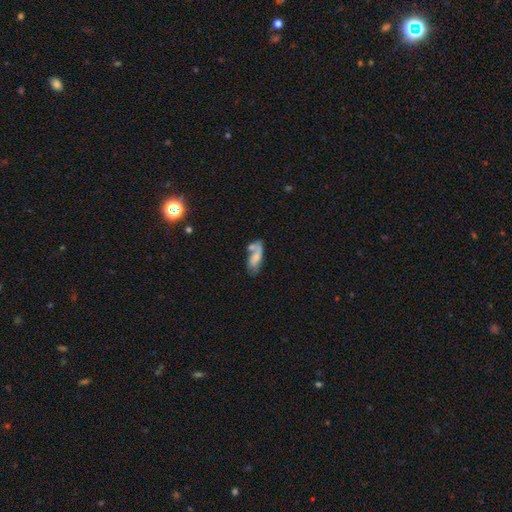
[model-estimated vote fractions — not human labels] Q: Smooth or featured?
A: smooth (60%); runner-up: featured or disk (32%)
Q: How rounded?
A: in between (75%); runner-up: cigar-shaped (22%)
Q: Merging?
A: merger (34%); runner-up: none (32%)